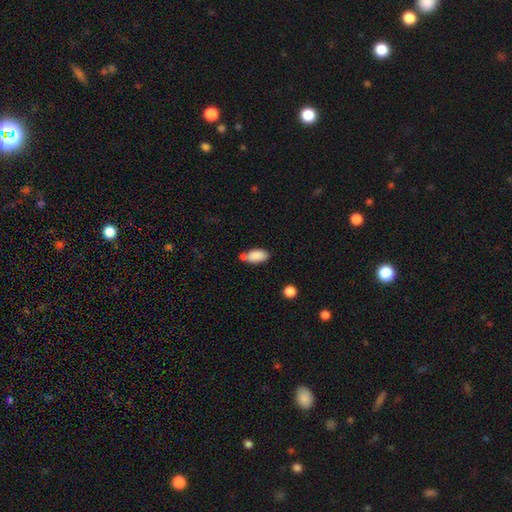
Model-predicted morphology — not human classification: Q: Smooth or featured?
A: smooth (86%); runner-up: star or artifact (7%)
Q: How rounded?
A: in between (92%); runner-up: cigar-shaped (5%)
Q: Merging?
A: none (52%); runner-up: minor disturbance (21%)